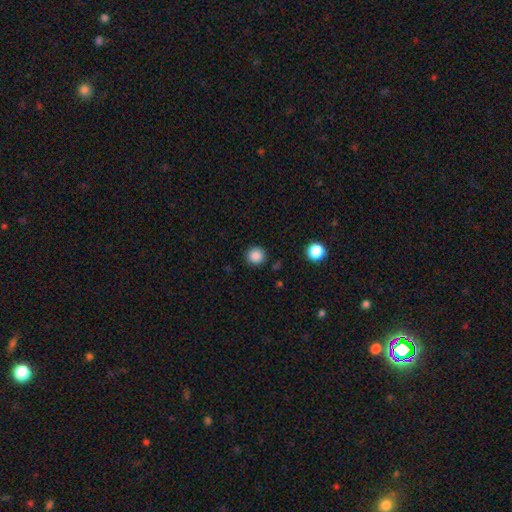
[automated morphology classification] This appears to be a smooth galaxy with no disk features (86%) that is round (95%). Merging: none (90%).